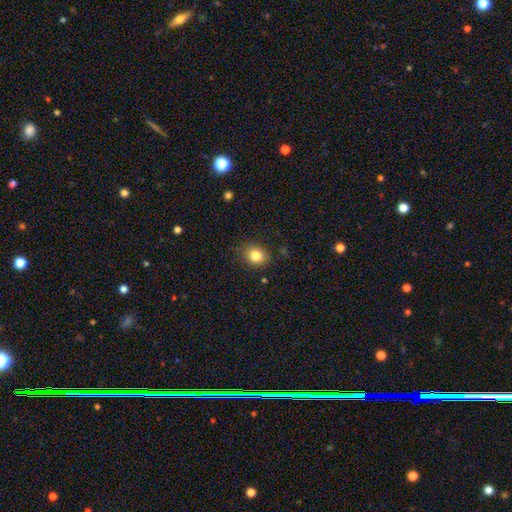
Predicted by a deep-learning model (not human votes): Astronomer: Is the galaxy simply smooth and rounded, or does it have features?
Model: smooth — 83%.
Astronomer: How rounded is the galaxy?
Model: round — 66%.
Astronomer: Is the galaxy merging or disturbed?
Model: none — 84%.